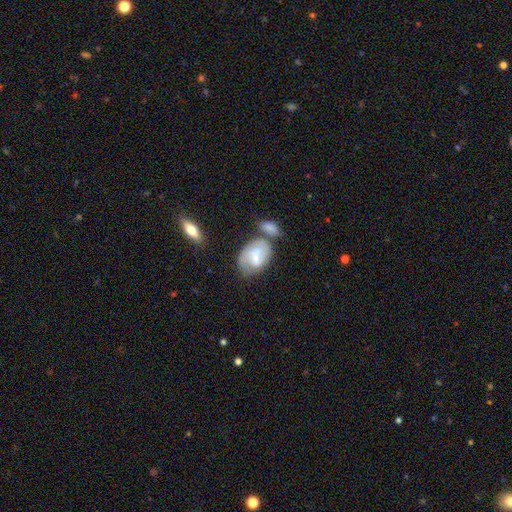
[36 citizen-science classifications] Smooth or featured: smooth — 61% (featured or disk — 36%)
How rounded: in between — 91% (round — 9%)
Merging: none — 51% (merger — 31%)